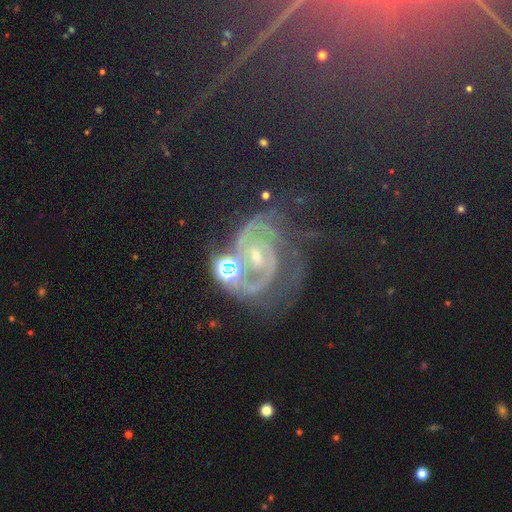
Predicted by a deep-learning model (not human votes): Q: Smooth or featured?
A: featured or disk (59%); runner-up: star or artifact (27%)
Q: Edge-on disk?
A: no (96%); runner-up: yes (4%)
Q: Bar?
A: no (57%); runner-up: weak (30%)
Q: Spiral arms?
A: yes (90%); runner-up: no (10%)
Q: Spiral winding?
A: tight (46%); runner-up: medium (40%)
Q: Spiral arm count?
A: 2 (73%); runner-up: can't tell (8%)
Q: Bulge size?
A: small (55%); runner-up: moderate (37%)
Q: Merging?
A: none (53%); runner-up: minor disturbance (19%)